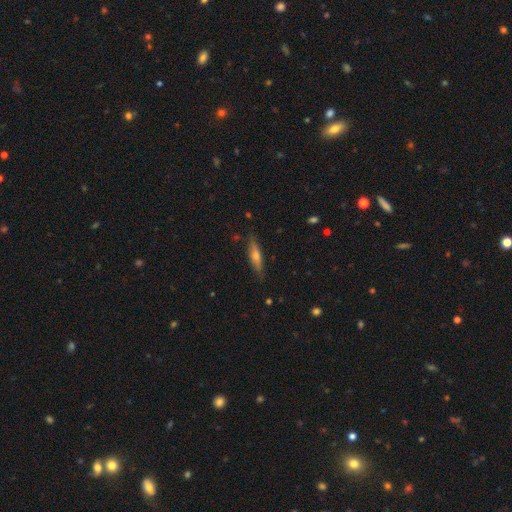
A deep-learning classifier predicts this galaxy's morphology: type=featured or disk (48%); merging=none (84%).